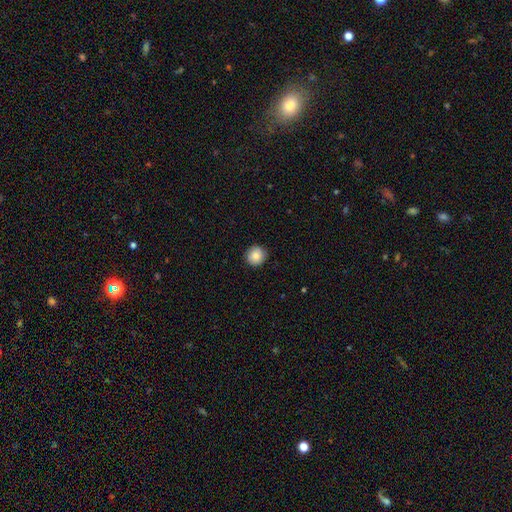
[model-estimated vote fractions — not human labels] smooth_or_featured: smooth (p=0.84) [alt: featured or disk p=0.08]
how_rounded: round (p=0.93) [alt: in between p=0.06]
merging: none (p=0.89) [alt: minor disturbance p=0.08]